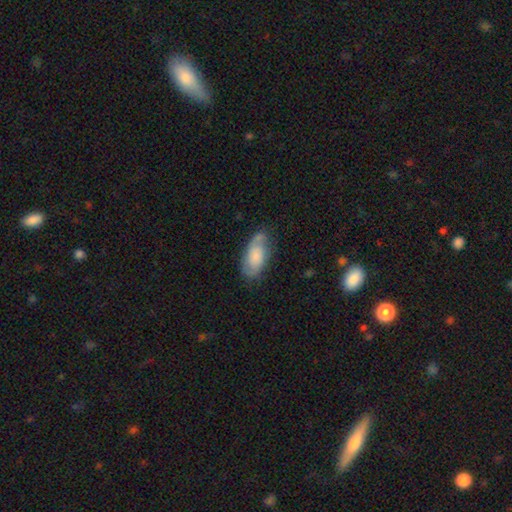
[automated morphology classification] Overall: smooth (55%; featured or disk 38%). How rounded: in between (90%). Merging: none (65%; minor disturbance 25%).